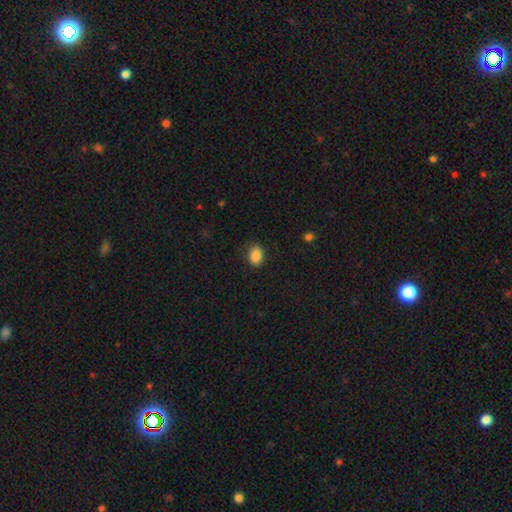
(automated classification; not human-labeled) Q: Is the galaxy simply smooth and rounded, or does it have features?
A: smooth — 88%.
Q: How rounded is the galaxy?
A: in between — 78%.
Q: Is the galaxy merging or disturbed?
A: none — 84%.